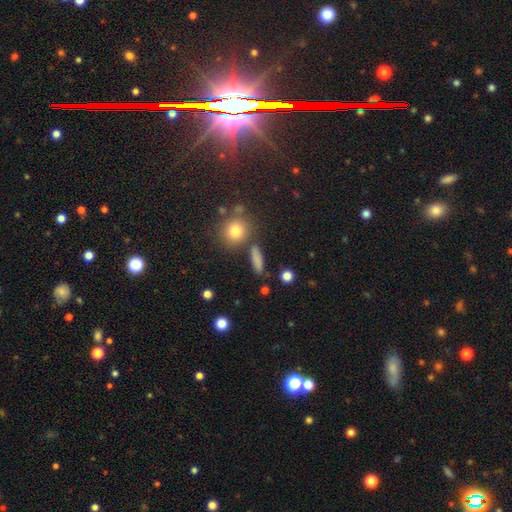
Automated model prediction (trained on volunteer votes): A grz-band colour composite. It shows a smooth galaxy with no disk features (62%) that is cigar-shaped (36%). Merging: none (78%).